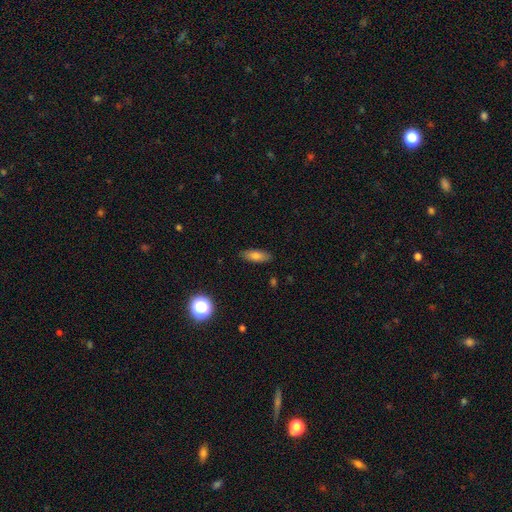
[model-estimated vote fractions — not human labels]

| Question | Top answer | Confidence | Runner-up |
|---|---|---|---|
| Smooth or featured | smooth | 77% | featured or disk (14%) |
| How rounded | in between | 69% | cigar-shaped (29%) |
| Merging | none | 87% | minor disturbance (10%) |